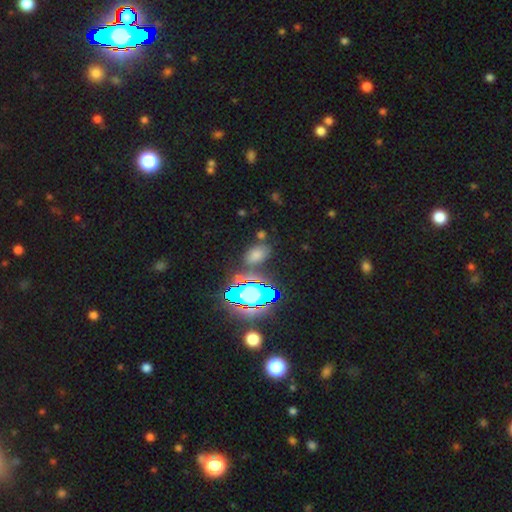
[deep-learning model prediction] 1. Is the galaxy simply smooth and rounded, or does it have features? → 54% smooth, 35% star or artifact, 11% featured or disk.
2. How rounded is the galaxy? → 77% in between, 21% round, 2% cigar-shaped.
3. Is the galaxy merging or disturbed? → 73% none, 13% minor disturbance, 9% merger, 5% major disturbance.